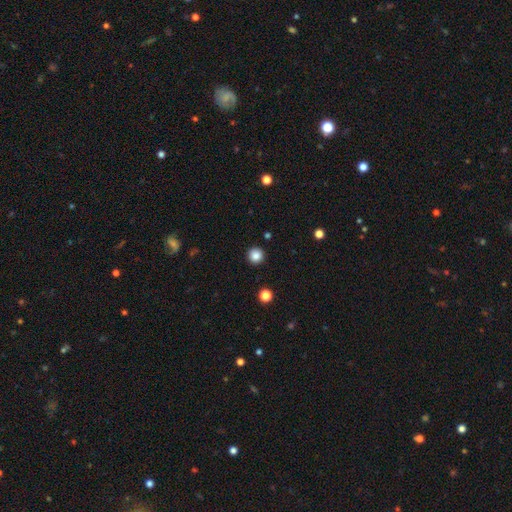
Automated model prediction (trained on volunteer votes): smooth-or-featured: smooth: 85% | star or artifact: 11% | featured or disk: 4%
  how-rounded: round: 96% | in between: 3% | cigar-shaped: 1%
  merging: none: 93% | minor disturbance: 4% | major disturbance: 2% | merger: 1%